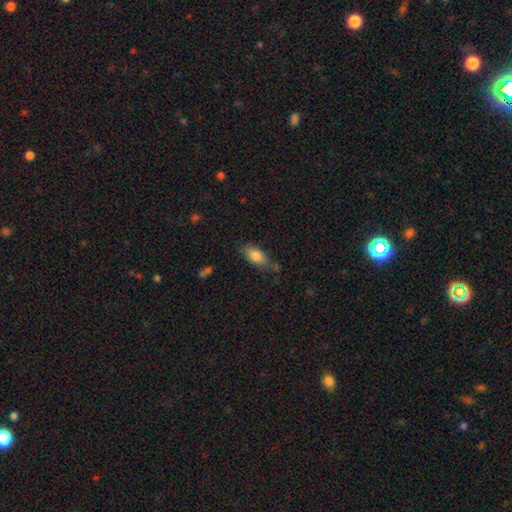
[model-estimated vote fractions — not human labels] A smooth galaxy with no disk features (80%) that is in between round and cigar-shaped (84%). Merging: none (66%).